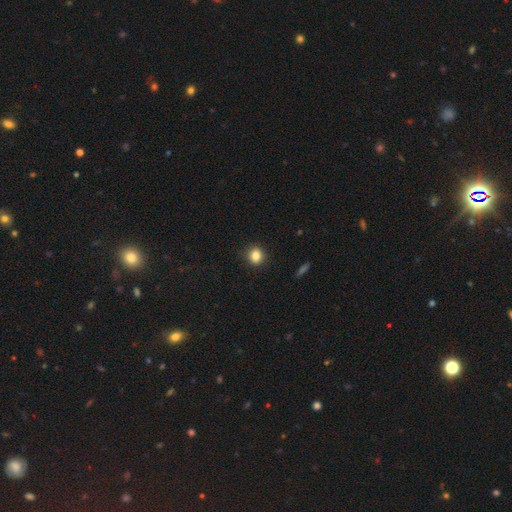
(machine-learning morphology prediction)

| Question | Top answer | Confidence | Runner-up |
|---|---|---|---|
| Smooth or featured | smooth | 84% | star or artifact (10%) |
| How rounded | round | 67% | in between (31%) |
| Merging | none | 88% | minor disturbance (9%) |